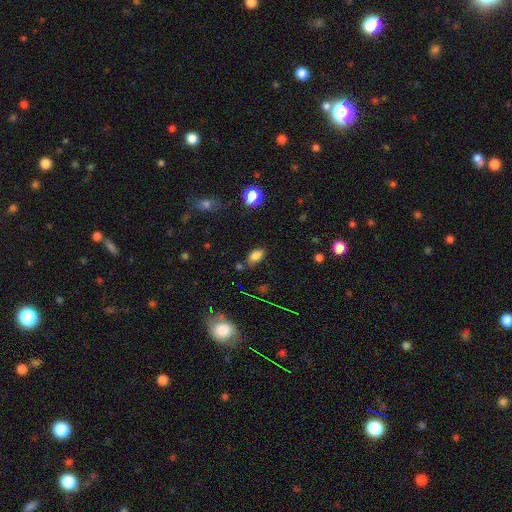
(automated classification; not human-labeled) smooth-or-featured: smooth: 79% | star or artifact: 13% | featured or disk: 8%
  how-rounded: in between: 87% | round: 9% | cigar-shaped: 4%
  merging: none: 74% | minor disturbance: 17% | merger: 5% | major disturbance: 4%